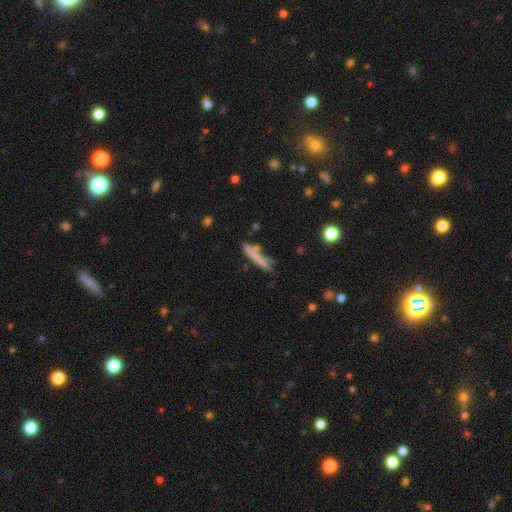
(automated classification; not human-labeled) smooth_or_featured: smooth (p=0.68) [alt: featured or disk p=0.25]
how_rounded: cigar-shaped (p=0.93) [alt: in between p=0.05]
merging: none (p=0.64) [alt: minor disturbance p=0.19]